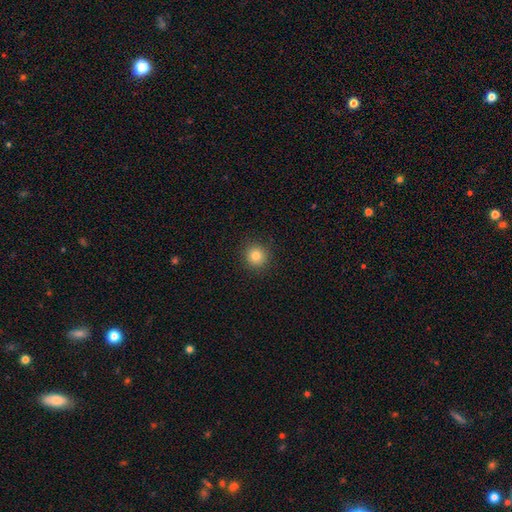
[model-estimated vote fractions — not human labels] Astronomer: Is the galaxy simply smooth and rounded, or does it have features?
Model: smooth — 81%.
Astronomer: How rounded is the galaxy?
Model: round — 94%.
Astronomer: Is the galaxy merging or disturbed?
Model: none — 91%.